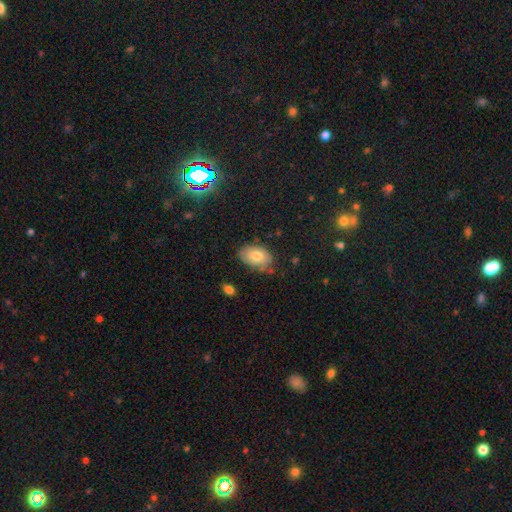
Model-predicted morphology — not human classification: The model was most divided on "merging": none: 73%, minor disturbance: 21%, major disturbance: 4%, merger: 3%. More confident: how rounded — in between (88%); smooth or featured — smooth (77%).